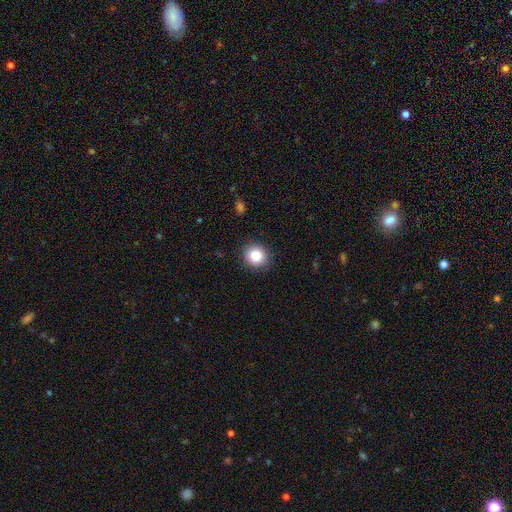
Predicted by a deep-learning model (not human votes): Morphology: type=smooth (84%); roundness=round (83%); merging=none (89%).